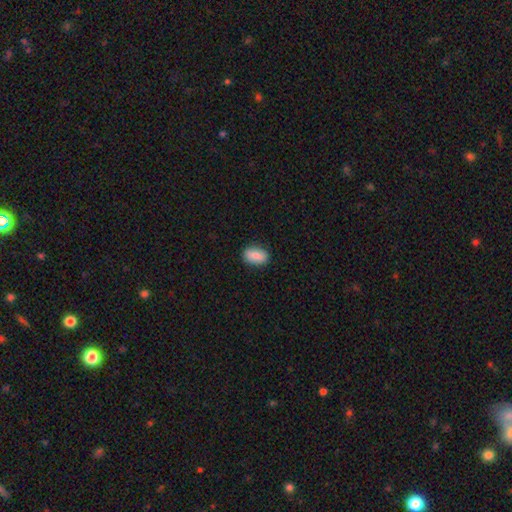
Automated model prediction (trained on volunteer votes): A smooth galaxy with no disk features (84%) that is in between round and cigar-shaped (87%). Merging: none (87%).